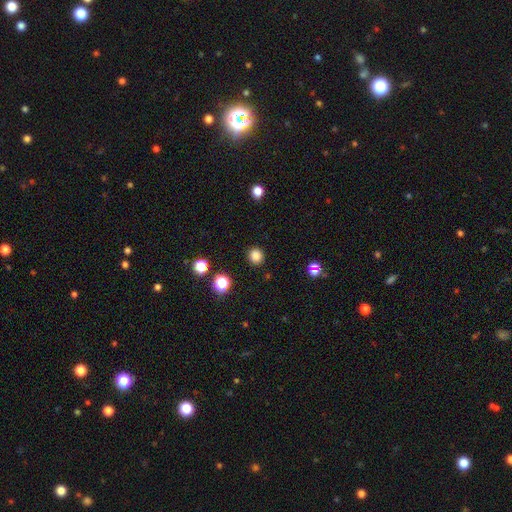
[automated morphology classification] smooth-or-featured: smooth: 83% | star or artifact: 14% | featured or disk: 3%
  how-rounded: round: 89% | in between: 10% | cigar-shaped: 1%
  merging: none: 90% | minor disturbance: 6% | major disturbance: 2% | merger: 2%